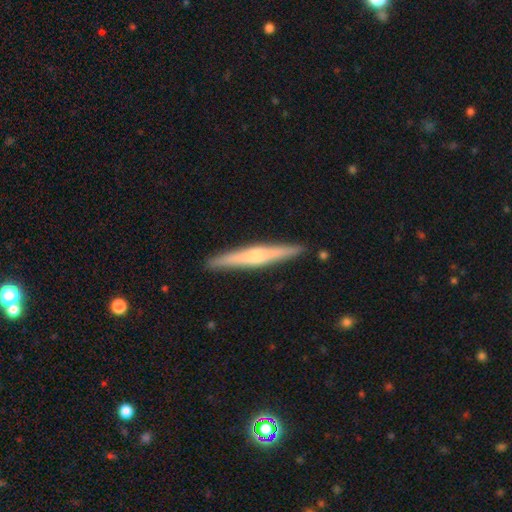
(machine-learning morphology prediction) A featured or disk galaxy (61%) viewed edge-on (98%) with a rounded central bulge (68%).

Vote fractions:
- Smooth or featured? featured or disk: 61% / smooth: 34% / star or artifact: 5%
- Edge-on disk? yes: 98% / no: 2%
- Edge-on bulge? rounded: 68% / none: 19% / boxy: 14%
- Merging? none: 91% / minor disturbance: 7% / merger: 1% / major disturbance: 1%